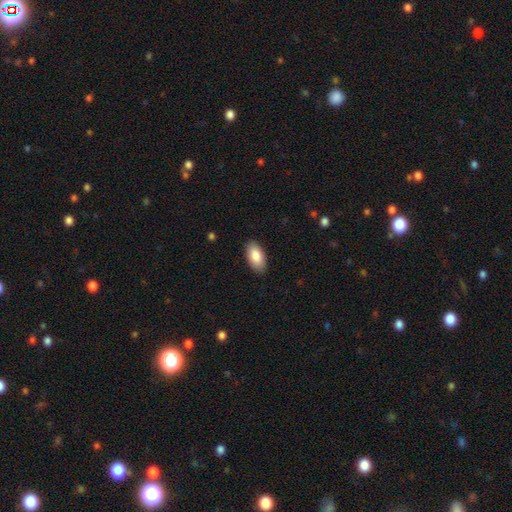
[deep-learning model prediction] Smooth or featured: smooth — 86% (featured or disk — 8%)
How rounded: in between — 94% (cigar-shaped — 4%)
Merging: none — 88% (minor disturbance — 9%)